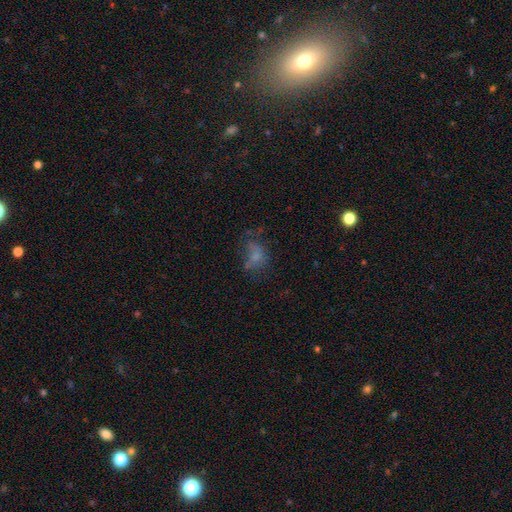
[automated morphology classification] Q: Smooth or featured?
A: smooth (55%); runner-up: featured or disk (26%)
Q: How rounded?
A: in between (68%); runner-up: round (30%)
Q: Merging?
A: none (36%); runner-up: major disturbance (33%)